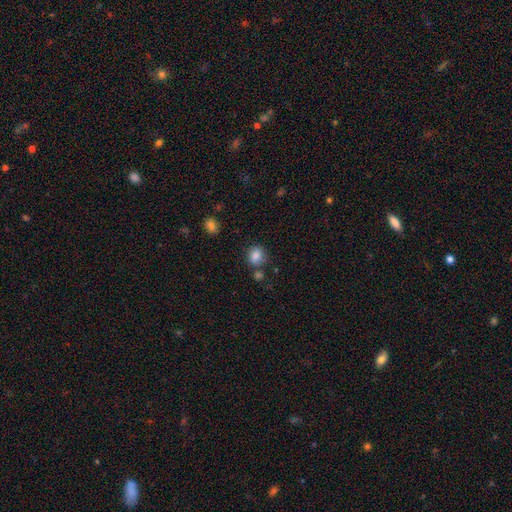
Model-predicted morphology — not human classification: The model was most divided on "how rounded": round: 66%, in between: 33%, cigar-shaped: 1%. More confident: smooth or featured — smooth (84%); merging — none (70%).